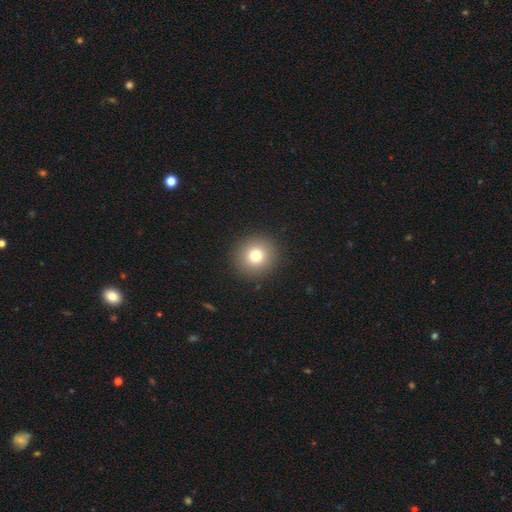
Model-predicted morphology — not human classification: The model was most divided on "smooth or featured": smooth: 76%, star or artifact: 13%, featured or disk: 11%. More confident: how rounded — round (94%); merging — none (92%).